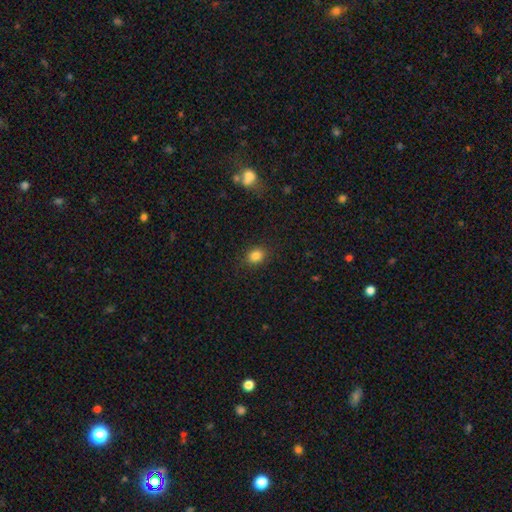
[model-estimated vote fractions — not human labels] smooth_or_featured: smooth (p=0.85) [alt: star or artifact p=0.11]
how_rounded: round (p=0.52) [alt: in between p=0.47]
merging: none (p=0.87) [alt: minor disturbance p=0.09]